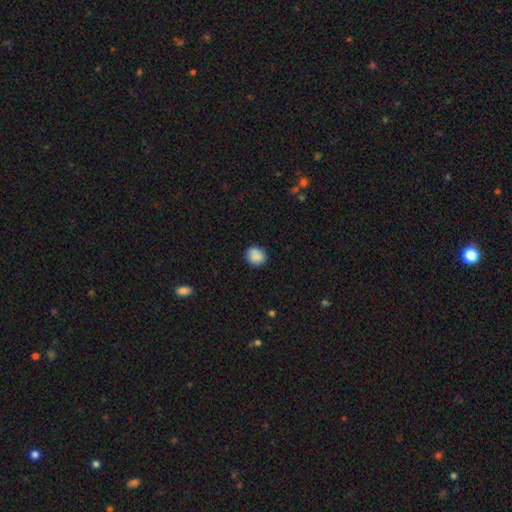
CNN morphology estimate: smooth 87%, star or artifact 8%, featured or disk 5%. Down the decision tree: how rounded — round (75%); merging — none (82%).